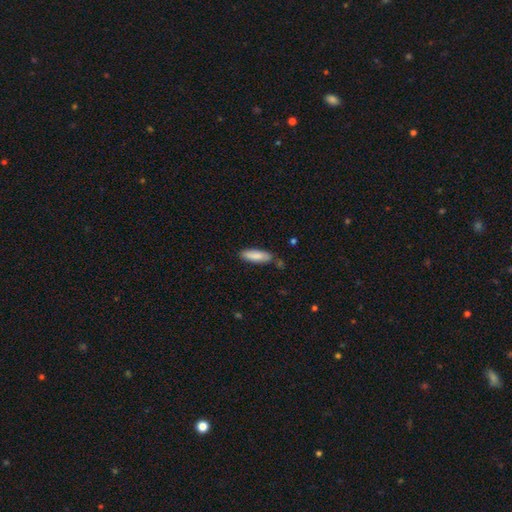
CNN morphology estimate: Q: Smooth or featured?
A: smooth (85%); runner-up: featured or disk (9%)
Q: How rounded?
A: cigar-shaped (49%); tied with: in between (49%)
Q: Merging?
A: none (78%); runner-up: minor disturbance (16%)